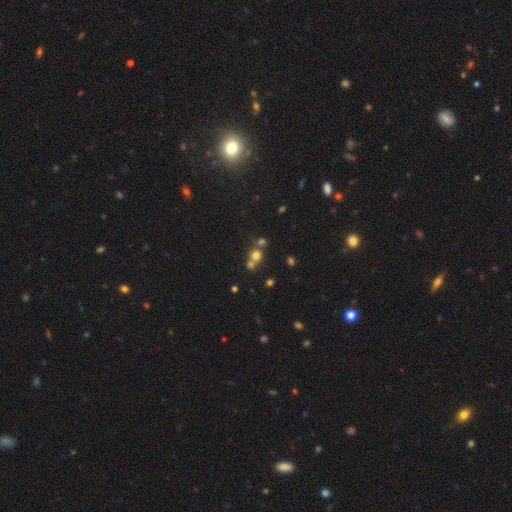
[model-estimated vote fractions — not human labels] This is likely a smooth galaxy (67%). How rounded: clearly round (85%). Merging: marginally merger (45%).